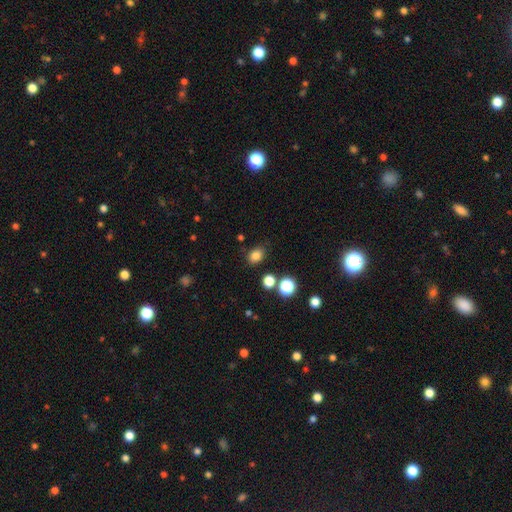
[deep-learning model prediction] Smooth or featured? Predicted: smooth (p=0.81). How rounded? Predicted: in between (p=0.56). Merging? Predicted: none (p=0.80).